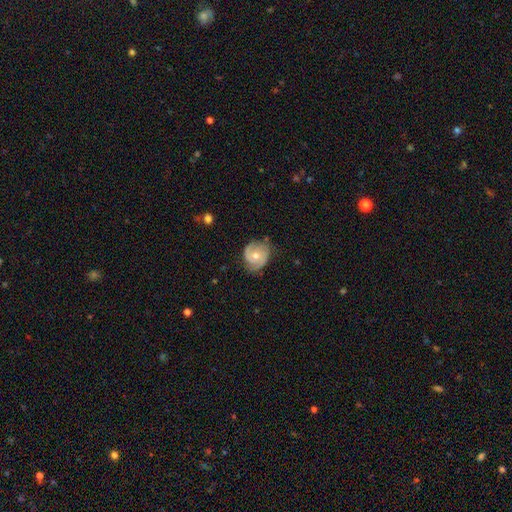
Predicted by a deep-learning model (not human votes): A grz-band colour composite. It shows a featured or disk galaxy (72%) with no bar (74%), 2 (63%) tight (53%) spiral arms (90%) and a moderate central bulge (62%). Merging: none (69%).